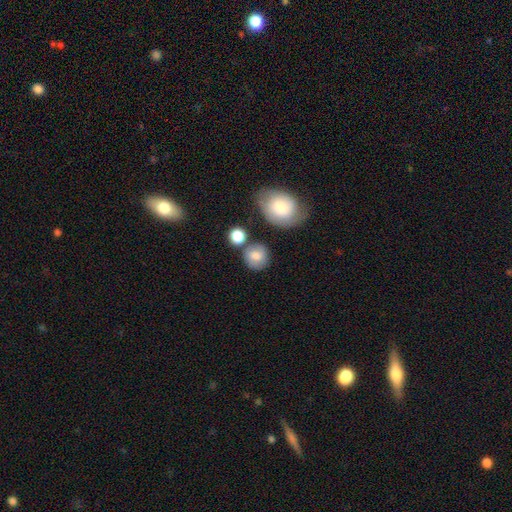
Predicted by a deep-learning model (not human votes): smooth_or_featured: smooth (p=0.79) [alt: featured or disk p=0.14]
how_rounded: round (p=0.83) [alt: in between p=0.16]
merging: none (p=0.73) [alt: minor disturbance p=0.13]